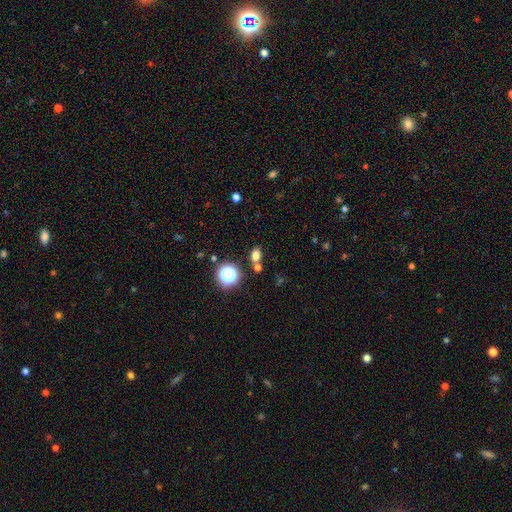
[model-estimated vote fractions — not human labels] Smooth or featured? Predicted: smooth (p=0.73). How rounded? Predicted: in between (p=0.60). Merging? Predicted: none (p=0.71).